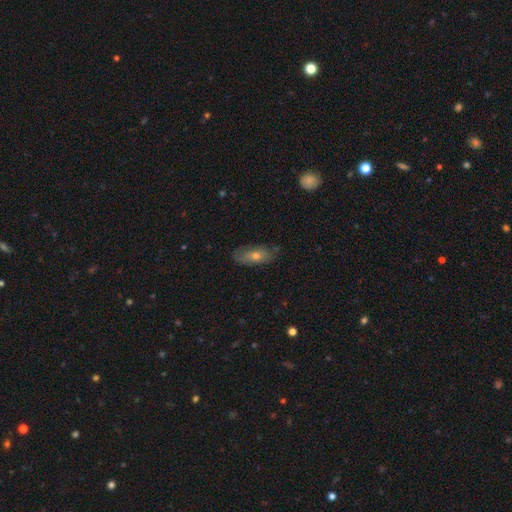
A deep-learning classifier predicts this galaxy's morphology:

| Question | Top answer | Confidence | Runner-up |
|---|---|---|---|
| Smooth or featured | smooth | 52% | featured or disk (39%) |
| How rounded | in between | 71% | cigar-shaped (24%) |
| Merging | none | 74% | minor disturbance (20%) |